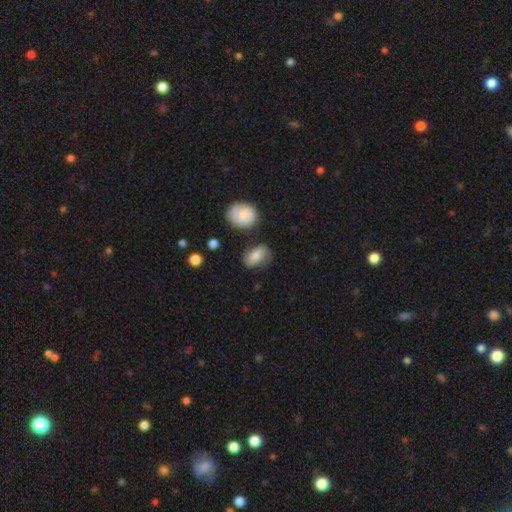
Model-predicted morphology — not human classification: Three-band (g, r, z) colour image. It shows a smooth galaxy with no disk features (76%) that is in between round and cigar-shaped (86%). Merging: none (65%).